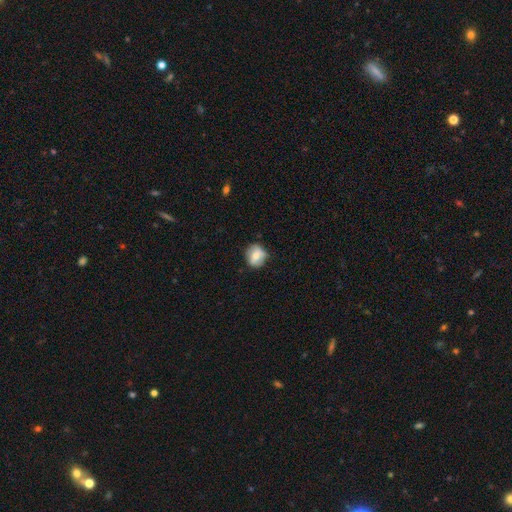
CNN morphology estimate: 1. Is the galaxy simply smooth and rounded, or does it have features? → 67% smooth, 25% featured or disk, 8% star or artifact.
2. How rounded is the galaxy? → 75% round, 24% in between, 1% cigar-shaped.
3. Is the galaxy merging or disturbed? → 75% none, 19% minor disturbance, 4% major disturbance, 2% merger.